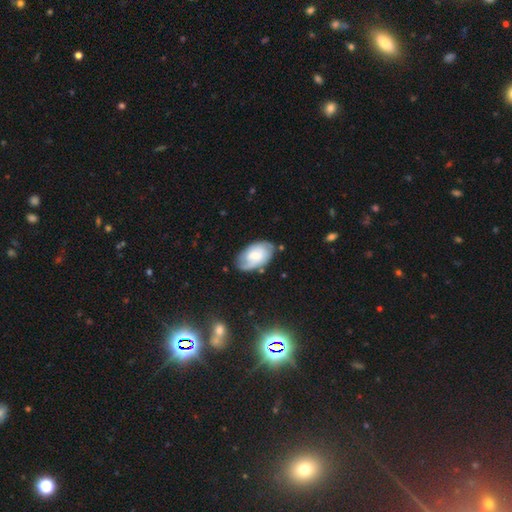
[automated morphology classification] Smooth or featured?
  - featured or disk: 54% *
  - smooth: 39%
  - star or artifact: 7%
Edge-on disk?
  - no: 95% *
  - yes: 5%
Bar?
  - weak: 45% *
  - no: 44%
  - strong: 11%
Spiral arms?
  - yes: 78% *
  - no: 22%
Bulge size?
  - moderate: 47% *
  - small: 33%
  - large: 12%
  - none: 6%
  - dominant: 2%
Merging?
  - none: 66% *
  - minor disturbance: 24%
  - major disturbance: 7%
  - merger: 3%